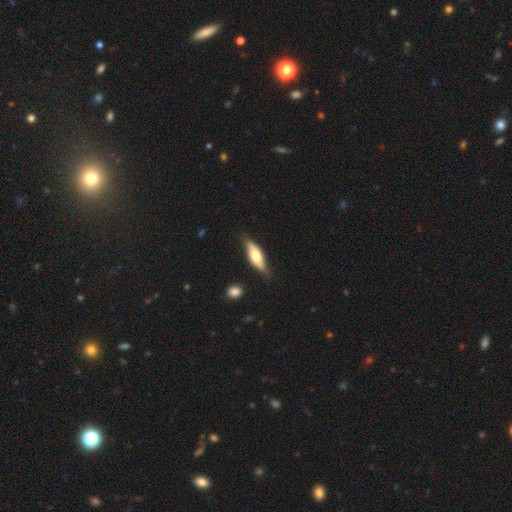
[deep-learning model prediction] This appears to be a smooth galaxy with no disk features (58%) that is in between round and cigar-shaped (63%). Merging: none (73%).